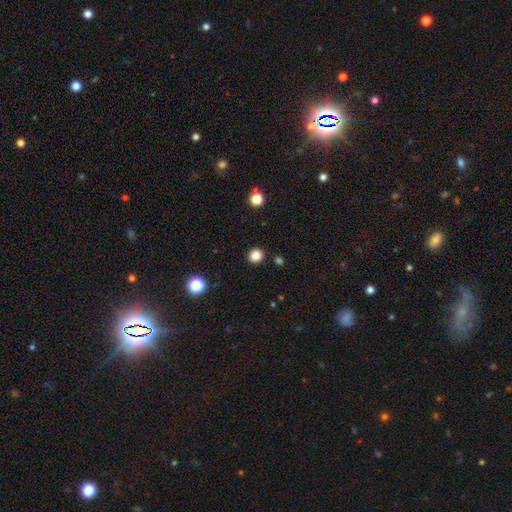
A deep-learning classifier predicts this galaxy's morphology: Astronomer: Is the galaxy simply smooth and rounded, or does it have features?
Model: smooth — 85%.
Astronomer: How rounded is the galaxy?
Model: round — 93%.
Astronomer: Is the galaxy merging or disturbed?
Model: none — 91%.